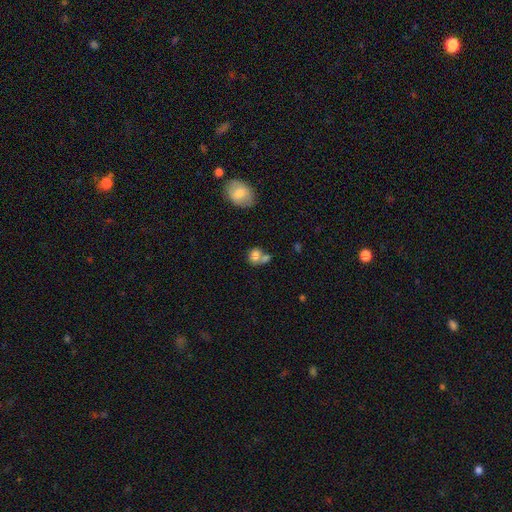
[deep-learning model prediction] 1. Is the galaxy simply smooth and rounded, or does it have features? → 78% smooth, 13% featured or disk, 10% star or artifact.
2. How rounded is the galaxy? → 50% in between, 48% round, 2% cigar-shaped.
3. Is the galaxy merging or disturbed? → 49% merger, 34% none, 11% minor disturbance, 5% major disturbance.